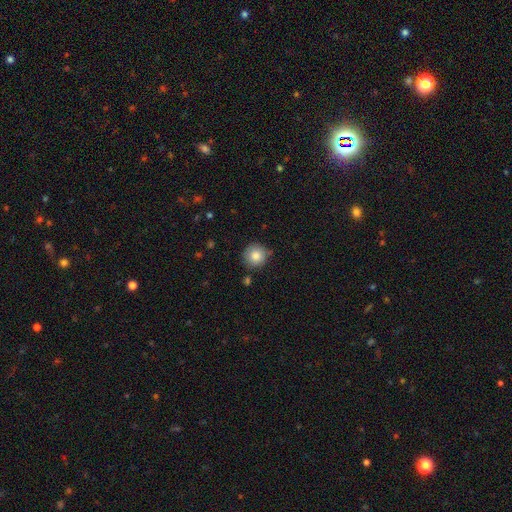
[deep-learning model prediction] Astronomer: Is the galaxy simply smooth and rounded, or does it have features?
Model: smooth — 83%.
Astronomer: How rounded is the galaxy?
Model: round — 93%.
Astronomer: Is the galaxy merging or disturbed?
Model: none — 80%.